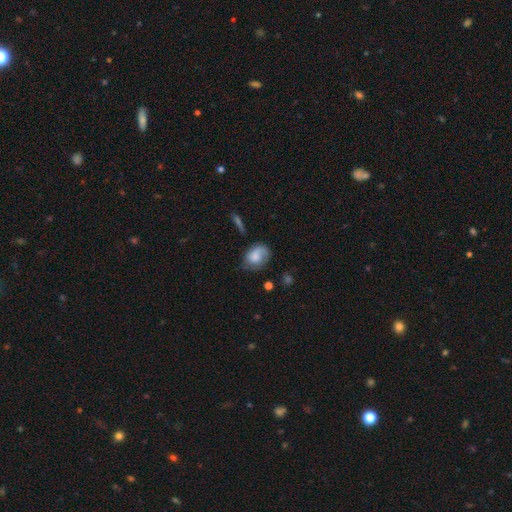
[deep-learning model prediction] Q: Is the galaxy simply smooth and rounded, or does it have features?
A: smooth — 65%.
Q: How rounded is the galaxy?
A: in between — 58%.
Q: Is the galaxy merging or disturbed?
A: none — 54%.